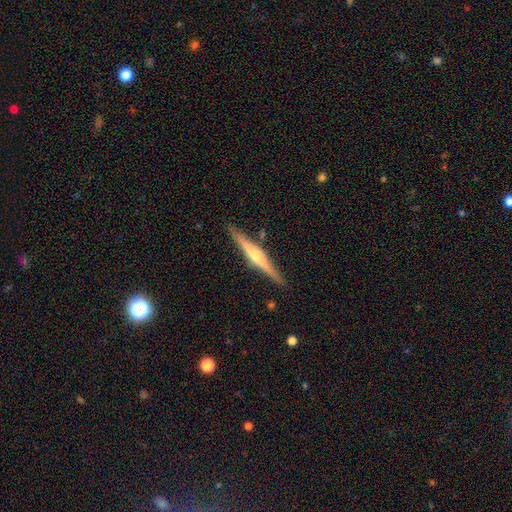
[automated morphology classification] featured or disk 77%, smooth 18%, star or artifact 5%. Down the decision tree: edge-on disk — yes (98%); edge-on bulge — rounded (89%); merging — none (89%).